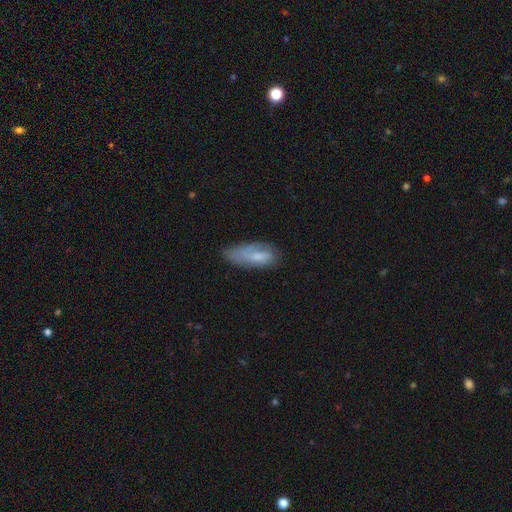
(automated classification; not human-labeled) Q: Smooth or featured?
A: smooth (62%); runner-up: featured or disk (30%)
Q: How rounded?
A: in between (72%); runner-up: cigar-shaped (25%)
Q: Merging?
A: none (50%); runner-up: minor disturbance (32%)